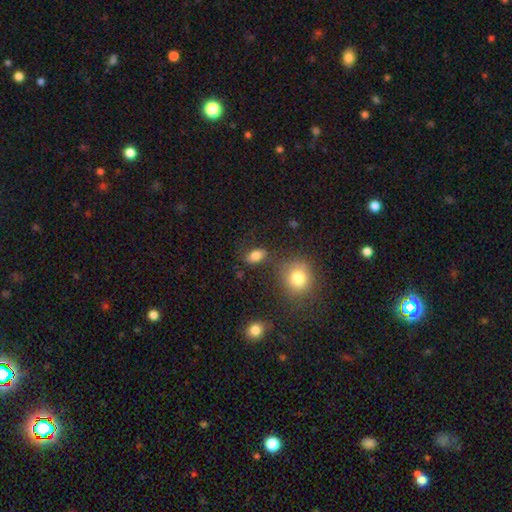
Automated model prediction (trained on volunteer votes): smooth-or-featured: smooth: 81% | star or artifact: 10% | featured or disk: 8%
  how-rounded: in between: 84% | round: 13% | cigar-shaped: 3%
  merging: none: 74% | minor disturbance: 15% | merger: 6% | major disturbance: 5%